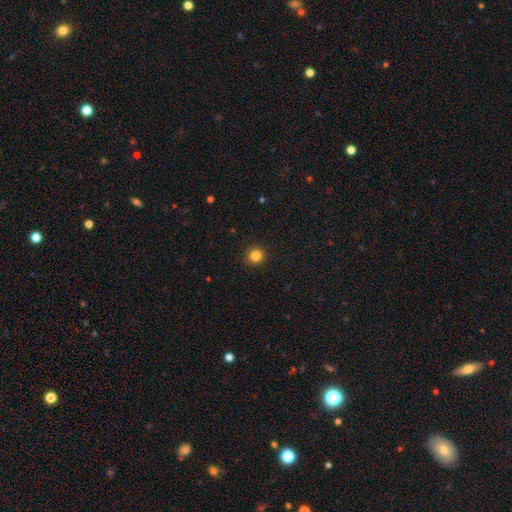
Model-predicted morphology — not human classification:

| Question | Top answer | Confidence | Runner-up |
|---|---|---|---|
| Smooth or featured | smooth | 84% | star or artifact (12%) |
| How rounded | round | 91% | in between (8%) |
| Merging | none | 91% | minor disturbance (6%) |